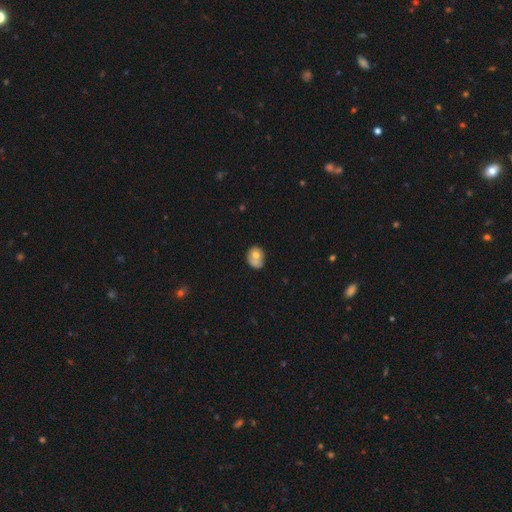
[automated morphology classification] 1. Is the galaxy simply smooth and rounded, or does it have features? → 68% smooth, 23% featured or disk, 9% star or artifact.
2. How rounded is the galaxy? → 59% round, 40% in between, 1% cigar-shaped.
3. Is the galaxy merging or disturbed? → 44% none, 27% minor disturbance, 18% merger, 11% major disturbance.